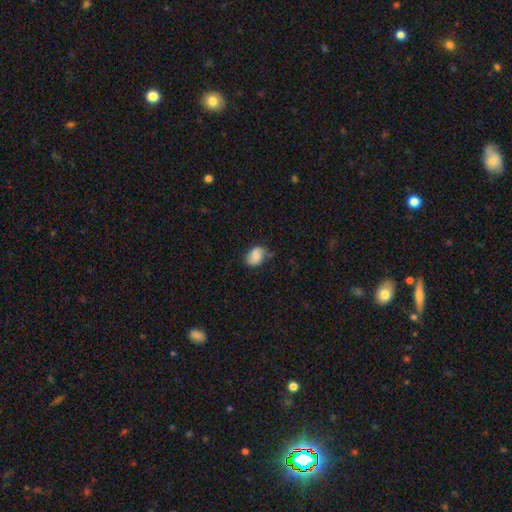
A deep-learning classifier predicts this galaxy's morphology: Smooth or featured: smooth — 75% (featured or disk — 16%)
How rounded: in between — 73% (round — 26%)
Merging: none — 55% (minor disturbance — 34%)